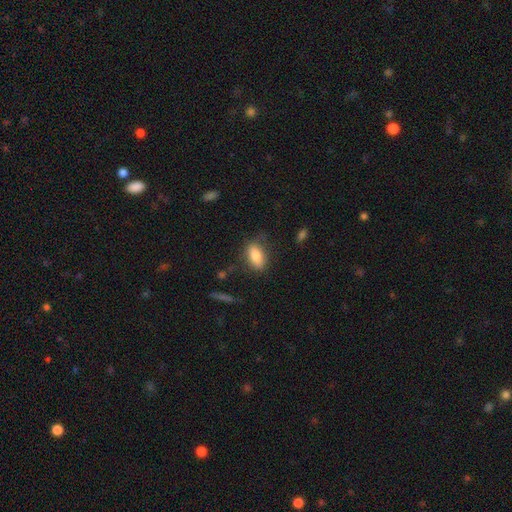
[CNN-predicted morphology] smooth_or_featured: smooth (p=0.80) [alt: featured or disk p=0.13]
how_rounded: in between (p=0.86) [alt: cigar-shaped p=0.09]
merging: none (p=0.76) [alt: minor disturbance p=0.16]